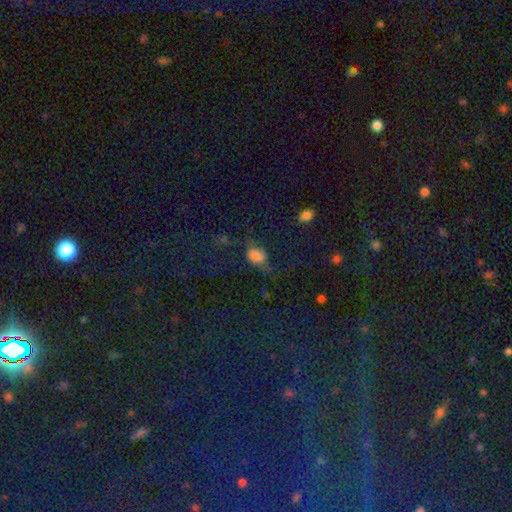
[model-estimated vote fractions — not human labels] A smooth galaxy with no disk features (65%) that is in between round and cigar-shaped (79%).

Vote fractions:
- Smooth or featured? smooth: 65% / star or artifact: 18% / featured or disk: 17%
- How rounded? in between: 79% / round: 17% / cigar-shaped: 3%
- Merging? none: 40% / major disturbance: 30% / minor disturbance: 26% / merger: 5%